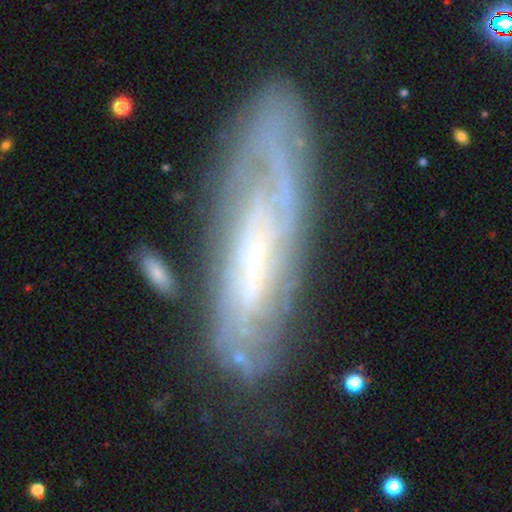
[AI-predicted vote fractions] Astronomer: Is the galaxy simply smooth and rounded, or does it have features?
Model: featured or disk — 76%.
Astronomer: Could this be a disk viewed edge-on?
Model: no — 77%.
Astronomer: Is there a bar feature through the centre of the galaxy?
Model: no — 49% (runner-up: weak, 34%).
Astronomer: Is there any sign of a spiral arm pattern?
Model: yes — 86%.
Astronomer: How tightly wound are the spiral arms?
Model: tight — 63%.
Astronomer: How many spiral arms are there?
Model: can't tell — 55%.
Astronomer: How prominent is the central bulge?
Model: small — 63%.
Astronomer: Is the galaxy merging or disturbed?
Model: none — 70%.